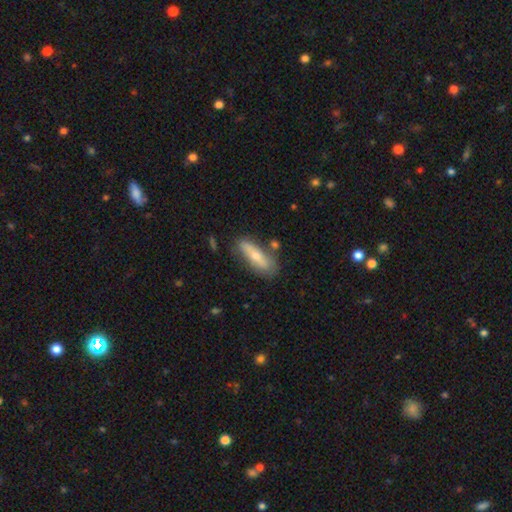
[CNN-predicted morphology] smooth-or-featured: smooth: 57% | featured or disk: 37% | star or artifact: 6%
  how-rounded: cigar-shaped: 51% | in between: 46% | round: 3%
  merging: none: 70% | minor disturbance: 19% | merger: 7% | major disturbance: 5%